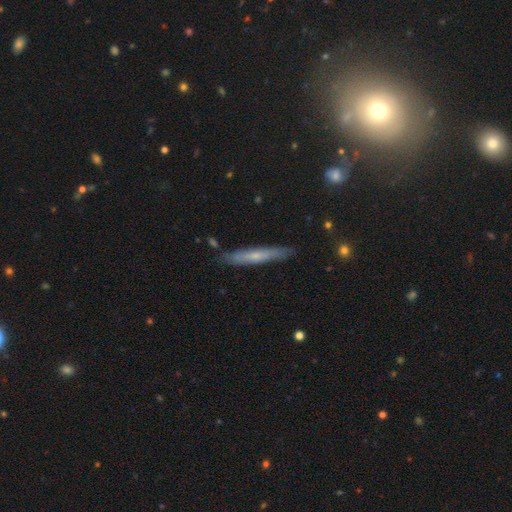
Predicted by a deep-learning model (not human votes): smooth-or-featured: smooth: 50% | featured or disk: 44% | star or artifact: 6%
  merging: none: 84% | minor disturbance: 12% | major disturbance: 2% | merger: 2%